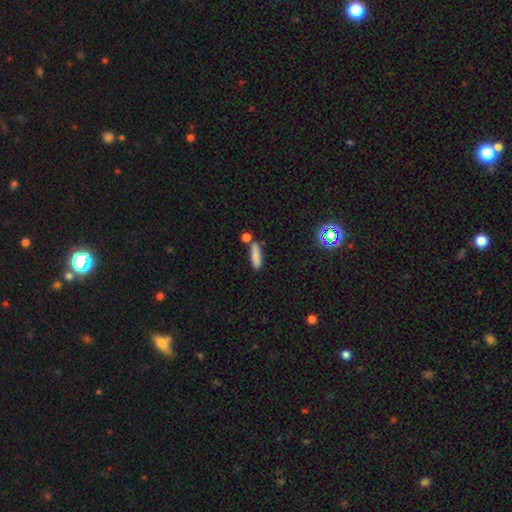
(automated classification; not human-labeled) smooth_or_featured: smooth (p=0.82) [alt: star or artifact p=0.10]
how_rounded: cigar-shaped (p=0.71) [alt: in between p=0.27]
merging: none (p=0.69) [alt: merger p=0.15]